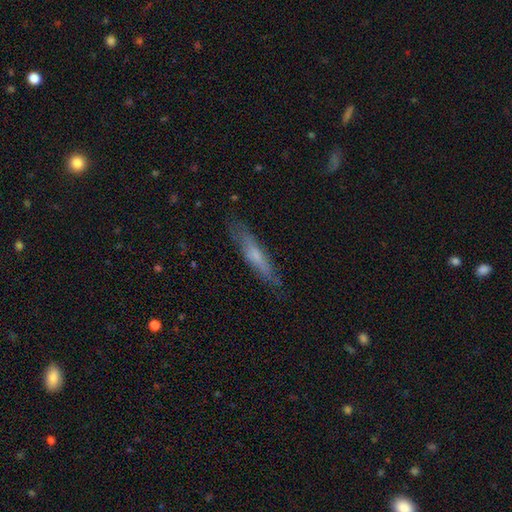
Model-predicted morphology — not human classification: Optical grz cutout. It shows a smooth galaxy with no disk features (52%) that is cigar-shaped (87%). Merging: none (79%).